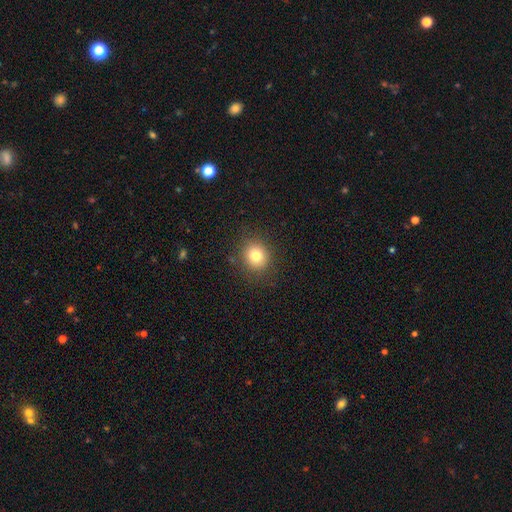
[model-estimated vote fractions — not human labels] Smooth or featured?
  - smooth: 79% *
  - star or artifact: 12%
  - featured or disk: 9%
How rounded?
  - round: 84% *
  - in between: 15%
  - cigar-shaped: 1%
Merging?
  - none: 87% *
  - minor disturbance: 8%
  - major disturbance: 3%
  - merger: 1%